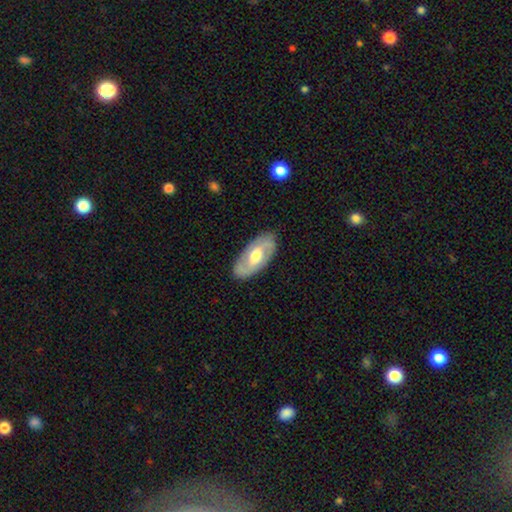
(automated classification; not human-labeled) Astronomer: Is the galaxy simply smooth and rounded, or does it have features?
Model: featured or disk — 62%.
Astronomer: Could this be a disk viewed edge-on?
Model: no — 90%.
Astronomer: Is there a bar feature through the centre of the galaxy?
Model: weak — 43% (runner-up: no, 41%).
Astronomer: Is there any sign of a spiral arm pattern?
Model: yes — 68%.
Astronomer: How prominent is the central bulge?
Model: moderate — 70%.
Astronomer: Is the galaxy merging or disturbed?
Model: none — 83%.